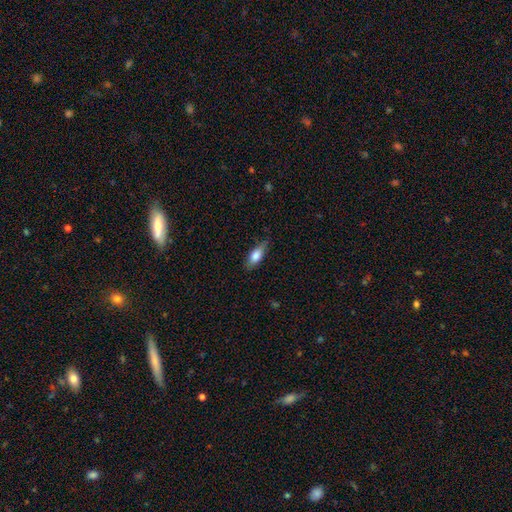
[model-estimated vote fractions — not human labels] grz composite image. It shows a smooth galaxy with no disk features (77%) that is in between round and cigar-shaped (74%). Merging: none (72%).